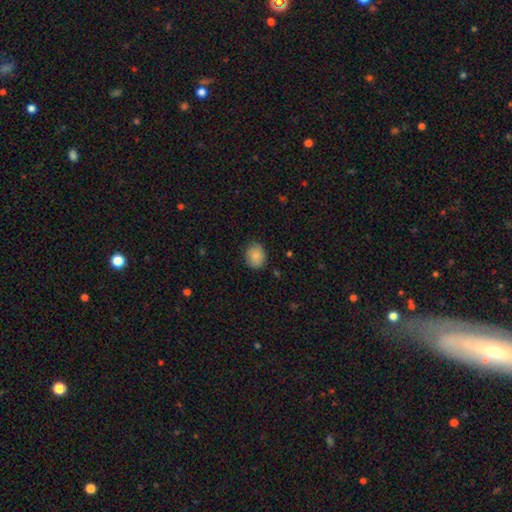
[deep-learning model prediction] The model was most divided on "how rounded": round: 66%, in between: 33%, cigar-shaped: 1%. More confident: smooth or featured — smooth (83%); merging — none (78%).